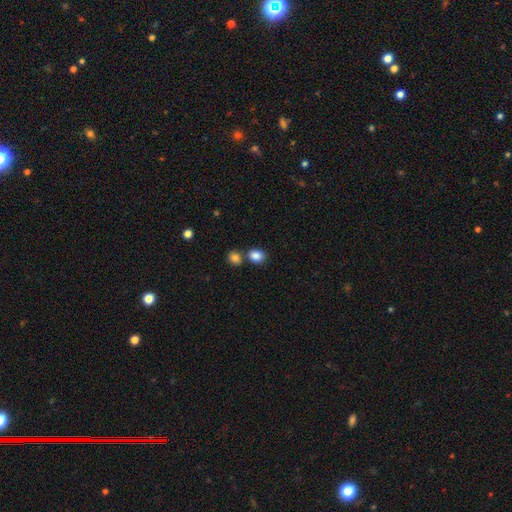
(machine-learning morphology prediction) smooth_or_featured: smooth (p=0.86) [alt: star or artifact p=0.10]
how_rounded: in between (p=0.50) [alt: round p=0.49]
merging: none (p=0.62) [alt: merger p=0.25]